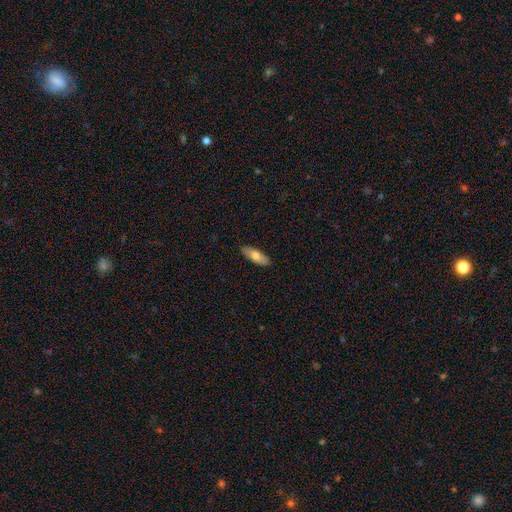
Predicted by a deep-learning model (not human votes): This is likely a smooth galaxy (72%). How rounded: likely in between (67%). Merging: clearly none (89%).